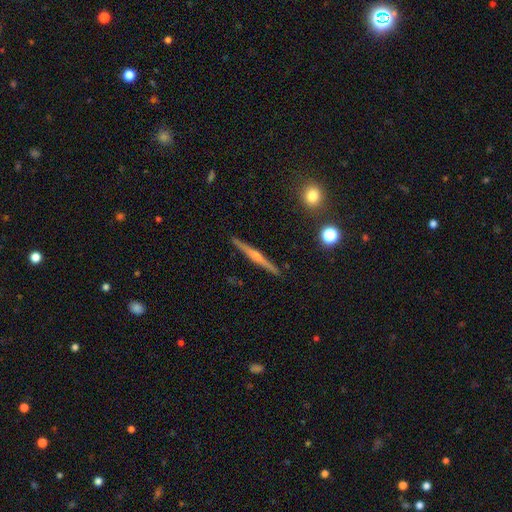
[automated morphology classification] Overall: featured or disk (76%). Edge-on disk: yes (98%). Edge-on bulge: rounded (81%). Merging: none (92%).